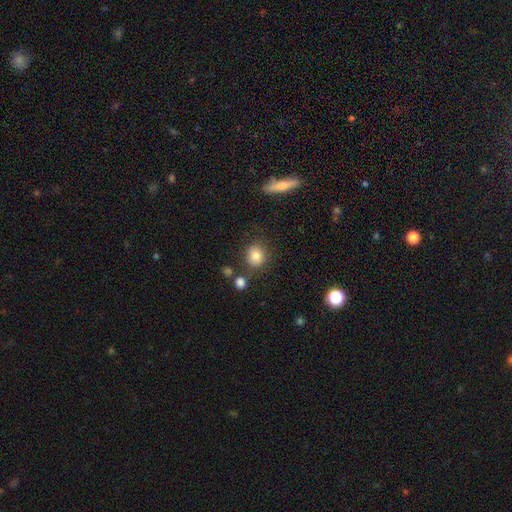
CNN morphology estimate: smooth-or-featured: smooth: 81% | star or artifact: 10% | featured or disk: 9%
  how-rounded: round: 81% | in between: 17% | cigar-shaped: 1%
  merging: none: 80% | minor disturbance: 11% | merger: 6% | major disturbance: 4%